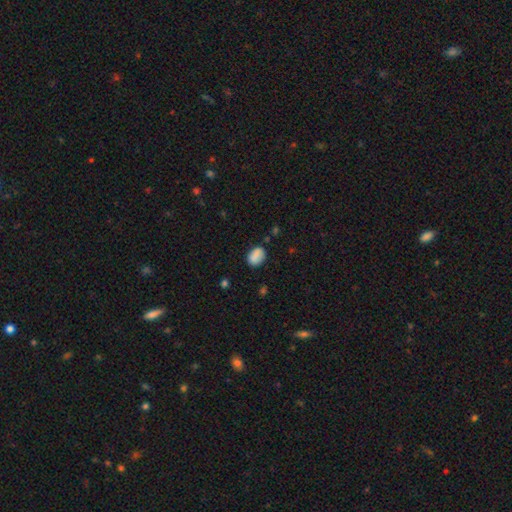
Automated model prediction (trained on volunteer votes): Smooth or featured? smooth (84%)
How rounded? in between (77%)
Merging? none (74%)